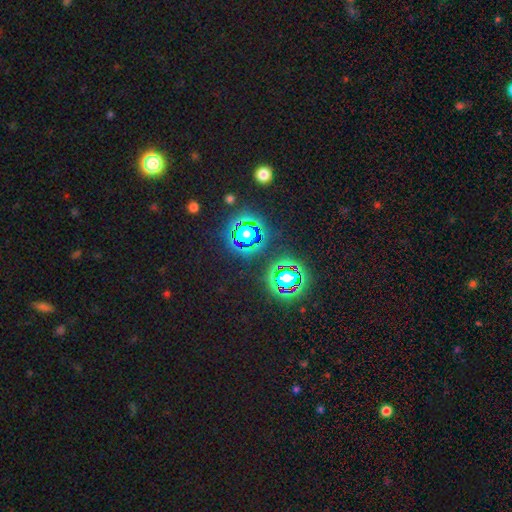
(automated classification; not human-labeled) Smooth or featured? Predicted: star or artifact (p=0.79).